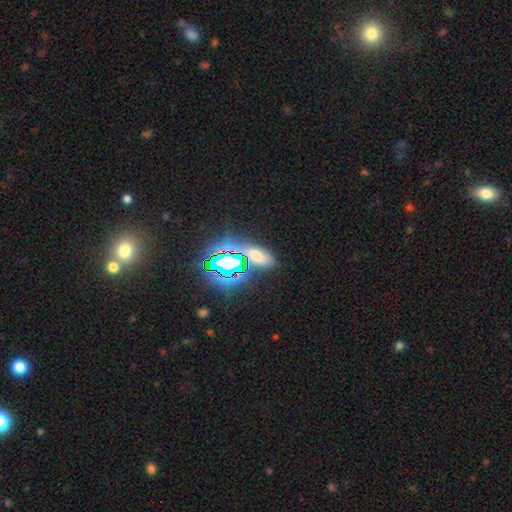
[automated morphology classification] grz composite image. It shows a star or artifact, not a galaxy (45%).